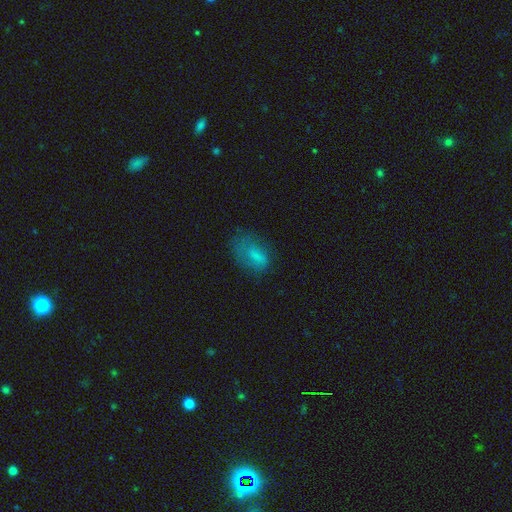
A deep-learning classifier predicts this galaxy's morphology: smooth_or_featured: smooth (p=0.66) [alt: featured or disk p=0.23]
how_rounded: in between (p=0.83) [alt: round p=0.13]
merging: none (p=0.46) [alt: minor disturbance p=0.27]